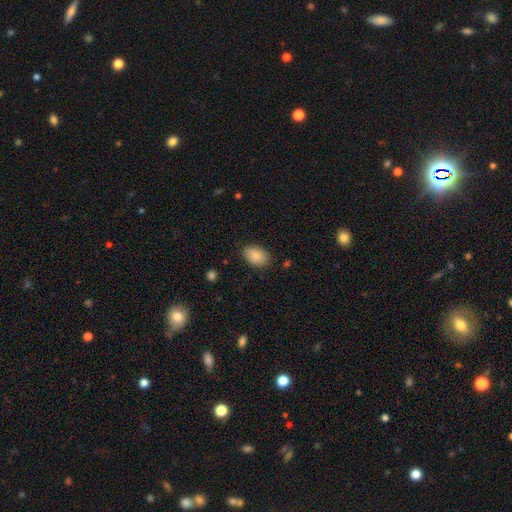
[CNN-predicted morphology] A smooth galaxy with no disk features (87%) that is in between round and cigar-shaped (88%).

Vote fractions:
- Smooth or featured? smooth: 87% / star or artifact: 7% / featured or disk: 5%
- How rounded? in between: 88% / round: 11% / cigar-shaped: 1%
- Merging? none: 84% / minor disturbance: 12% / major disturbance: 3% / merger: 1%